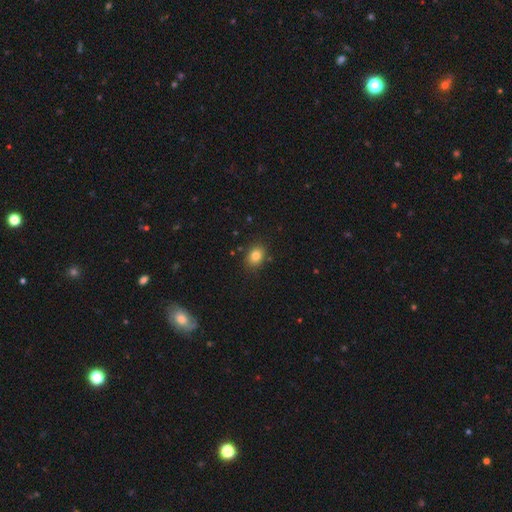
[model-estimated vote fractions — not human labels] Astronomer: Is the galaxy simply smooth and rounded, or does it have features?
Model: smooth — 82%.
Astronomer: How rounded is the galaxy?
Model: in between — 59% (runner-up: round, 40%).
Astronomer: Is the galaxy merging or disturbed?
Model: none — 85%.